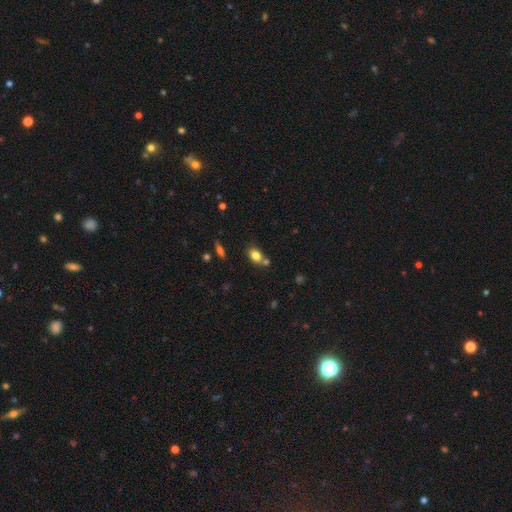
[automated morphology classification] type=smooth (80%); roundness=in between (73%); merging=none (62%).